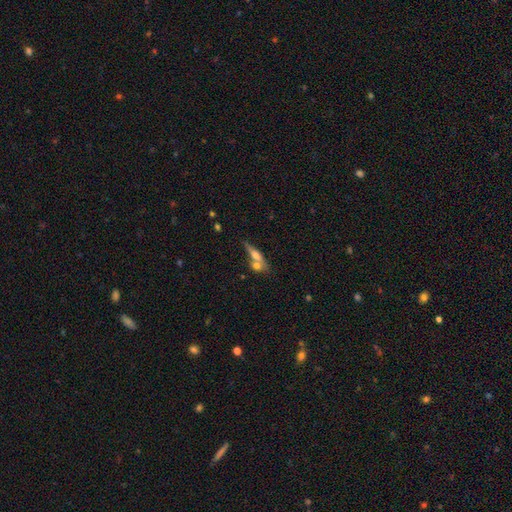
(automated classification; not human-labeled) Smooth or featured? Predicted: smooth (p=0.49). Merging? Predicted: none (p=0.42).